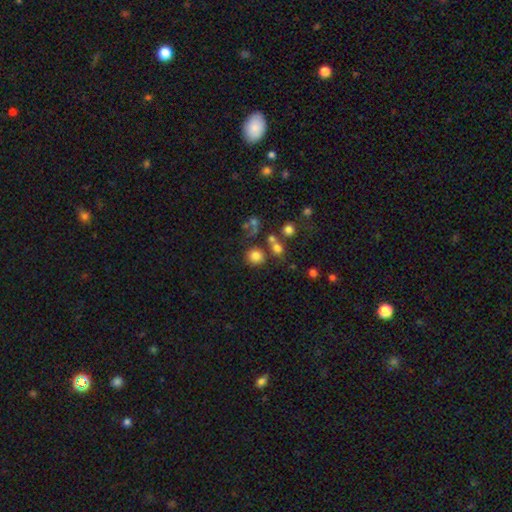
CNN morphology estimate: smooth-or-featured: smooth: 79% | star or artifact: 14% | featured or disk: 8%
  how-rounded: round: 88% | in between: 11% | cigar-shaped: 1%
  merging: none: 70% | merger: 14% | minor disturbance: 11% | major disturbance: 5%